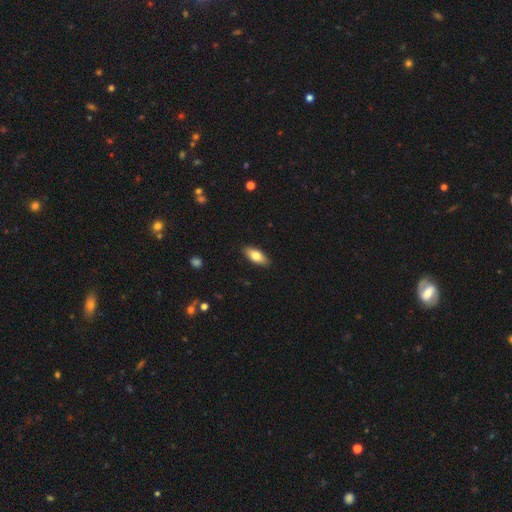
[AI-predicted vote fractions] Q: Smooth or featured?
A: smooth (76%); runner-up: featured or disk (17%)
Q: How rounded?
A: in between (81%); runner-up: cigar-shaped (16%)
Q: Merging?
A: none (89%); runner-up: minor disturbance (8%)